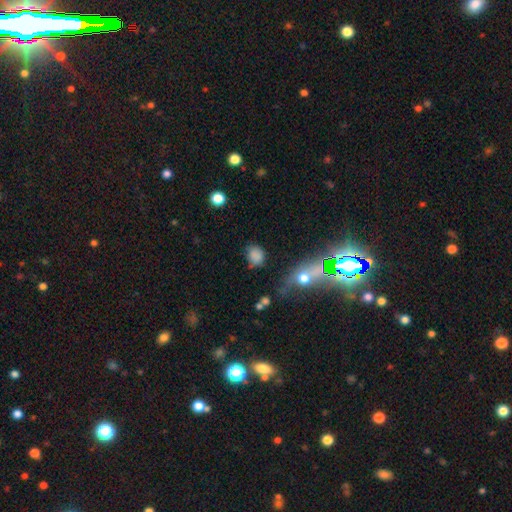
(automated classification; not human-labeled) Morphology: type=smooth (75%); roundness=round (59%); merging=none (60%).